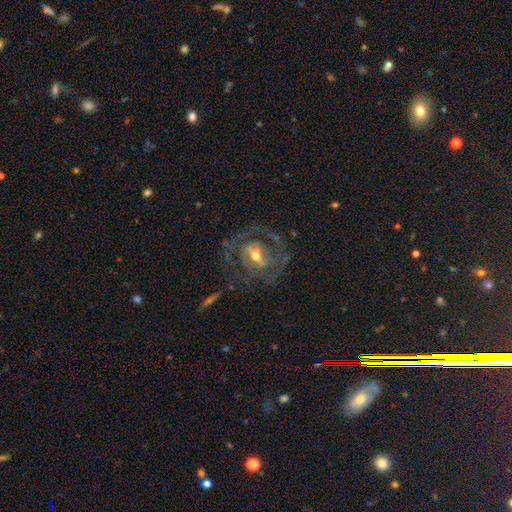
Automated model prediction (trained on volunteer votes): Smooth or featured?
  - featured or disk: 78% *
  - smooth: 12%
  - star or artifact: 10%
Edge-on disk?
  - no: 95% *
  - yes: 5%
Bar?
  - weak: 41% *
  - no: 36%
  - strong: 23%
Spiral arms?
  - yes: 75% *
  - no: 25%
Spiral winding?
  - tight: 51% *
  - medium: 36%
  - loose: 12%
Spiral arm count?
  - 2: 43% *
  - can't tell: 32%
  - 3: 10%
  - 1: 7%
  - 4: 4%
  - more than 4: 4%
Bulge size?
  - moderate: 56% *
  - small: 36%
  - large: 5%
  - none: 2%
  - dominant: 1%
Merging?
  - none: 66% *
  - major disturbance: 17%
  - minor disturbance: 15%
  - merger: 2%